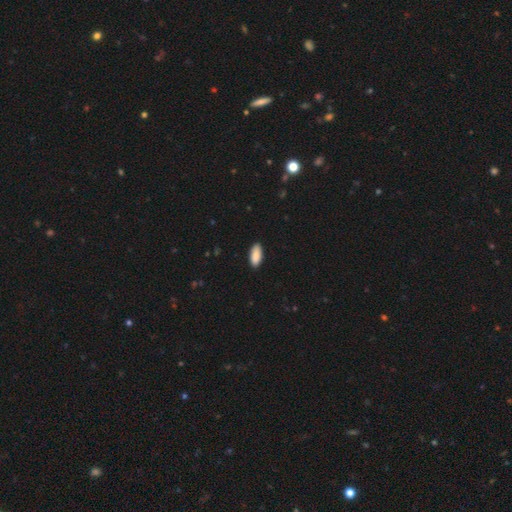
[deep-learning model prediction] A smooth galaxy with no disk features (90%) that is in between round and cigar-shaped (87%). Merging: none (88%).